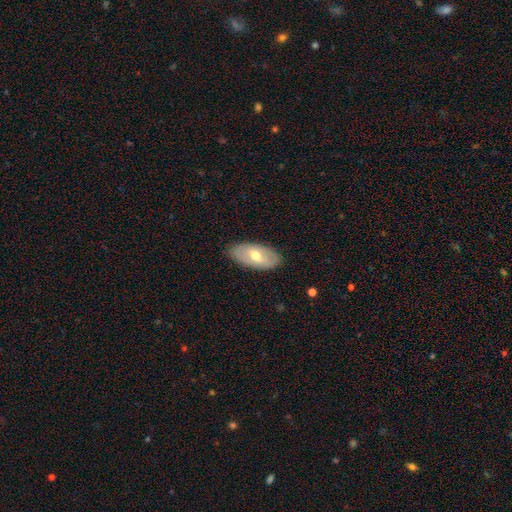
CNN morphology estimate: smooth_or_featured: smooth (p=0.50) [alt: featured or disk p=0.44]
merging: none (p=0.86) [alt: minor disturbance p=0.11]